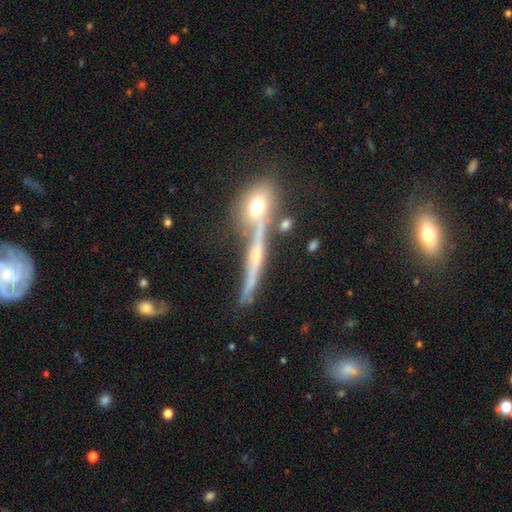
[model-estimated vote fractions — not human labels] Smooth or featured? featured or disk (70%)
Edge-on disk? yes (92%)
Edge-on bulge? rounded (72%)
Merging? none (64%)